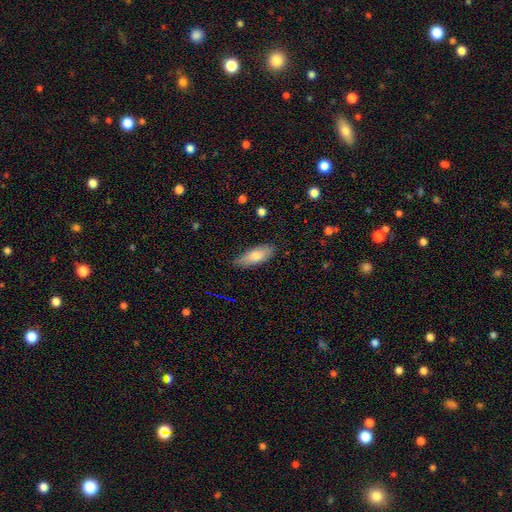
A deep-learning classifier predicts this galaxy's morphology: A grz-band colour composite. It shows a smooth galaxy with no disk features (78%) that is in between round and cigar-shaped (78%). Merging: none (78%).